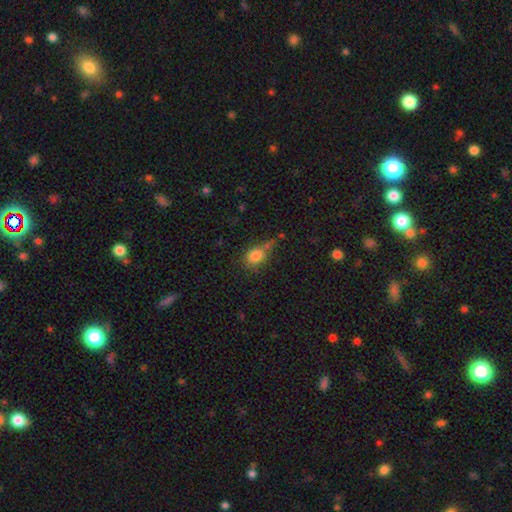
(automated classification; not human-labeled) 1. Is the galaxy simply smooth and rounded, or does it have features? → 81% smooth, 11% star or artifact, 8% featured or disk.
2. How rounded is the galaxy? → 56% in between, 42% round, 2% cigar-shaped.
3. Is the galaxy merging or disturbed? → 54% none, 26% minor disturbance, 11% merger, 9% major disturbance.